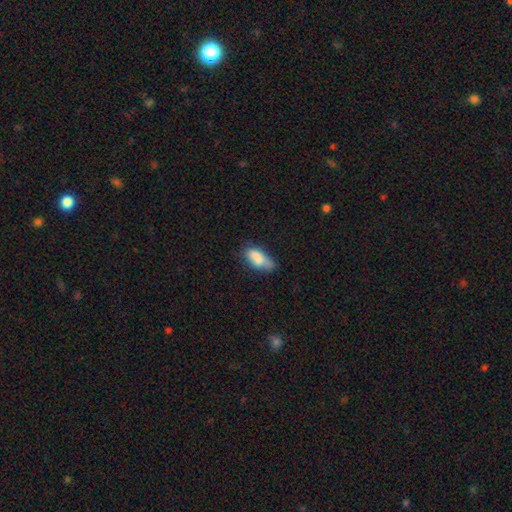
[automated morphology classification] Overall: smooth (77%). How rounded: in between (85%). Merging: none (43%; minor disturbance 35%).